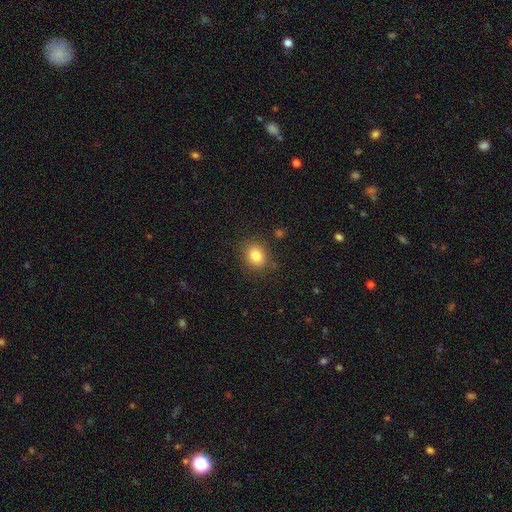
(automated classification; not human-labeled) Q: Smooth or featured?
A: smooth (82%); runner-up: star or artifact (10%)
Q: How rounded?
A: round (61%); runner-up: in between (39%)
Q: Merging?
A: none (84%); runner-up: minor disturbance (11%)